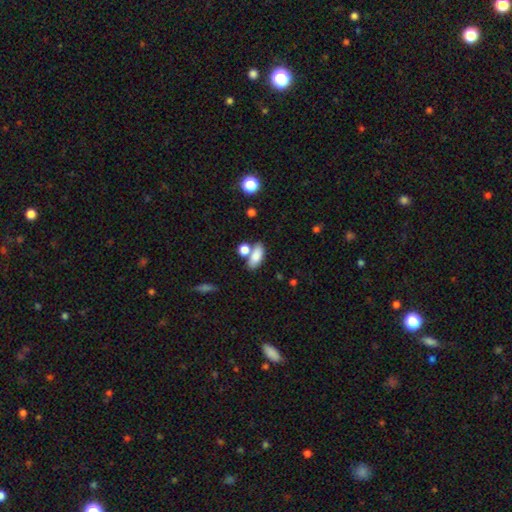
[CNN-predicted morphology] smooth-or-featured: smooth: 82% | featured or disk: 10% | star or artifact: 8%
  how-rounded: in between: 84% | cigar-shaped: 10% | round: 6%
  merging: none: 55% | merger: 28% | minor disturbance: 12% | major disturbance: 5%